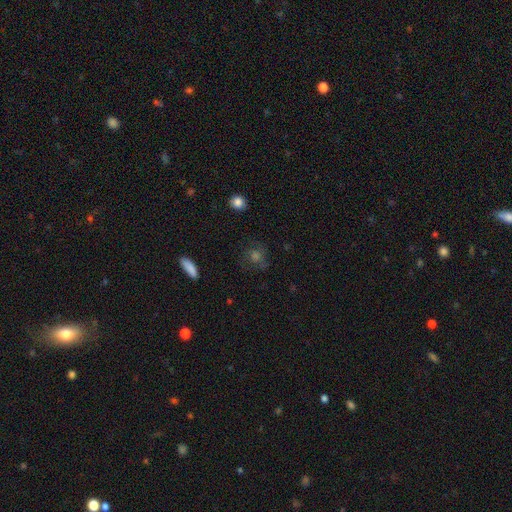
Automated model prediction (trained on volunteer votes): A smooth galaxy with no disk features (43%). Merging: none (75%).